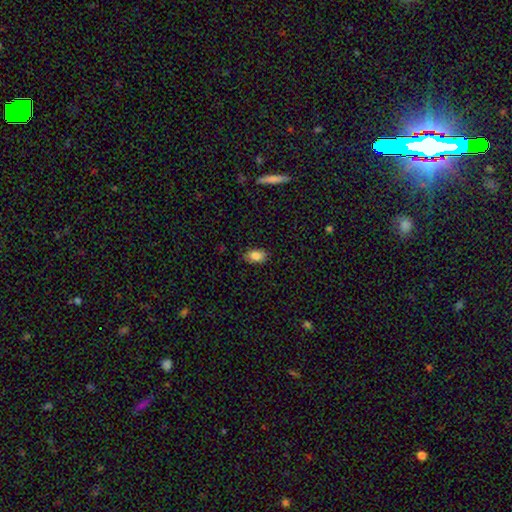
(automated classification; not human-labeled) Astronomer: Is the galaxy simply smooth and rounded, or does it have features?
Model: smooth — 86%.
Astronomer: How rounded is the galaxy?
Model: in between — 89%.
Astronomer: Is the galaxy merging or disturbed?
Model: none — 81%.